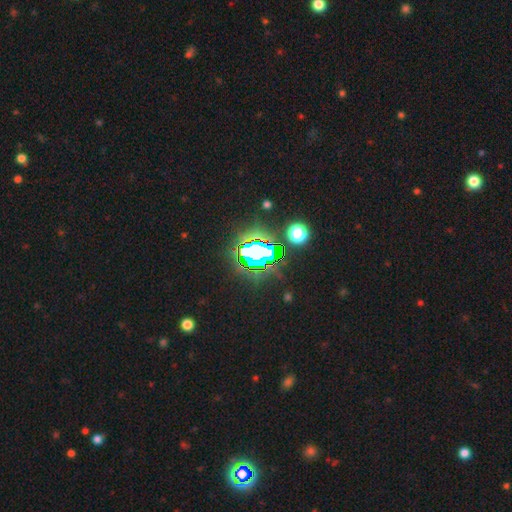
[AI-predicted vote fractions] The model was most divided on "smooth or featured": star or artifact: 74%, smooth: 15%, featured or disk: 11%.